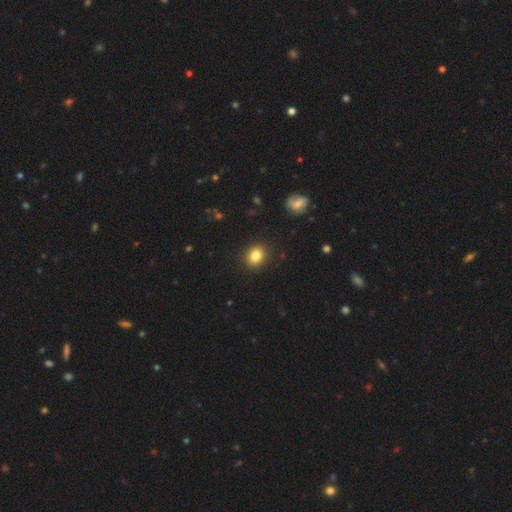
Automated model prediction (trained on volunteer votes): Smooth or featured: smooth — 84% (star or artifact — 10%)
How rounded: round — 63% (in between — 36%)
Merging: none — 90% (minor disturbance — 7%)